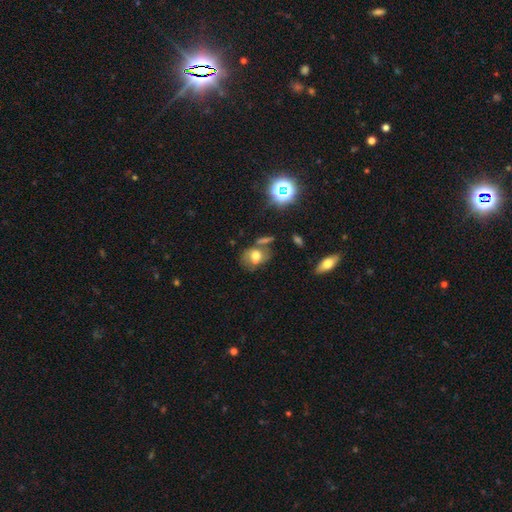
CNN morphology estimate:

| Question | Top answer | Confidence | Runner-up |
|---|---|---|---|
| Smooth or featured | smooth | 57% | featured or disk (28%) |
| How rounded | in between | 56% | round (42%) |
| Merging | none | 45% | minor disturbance (23%) |